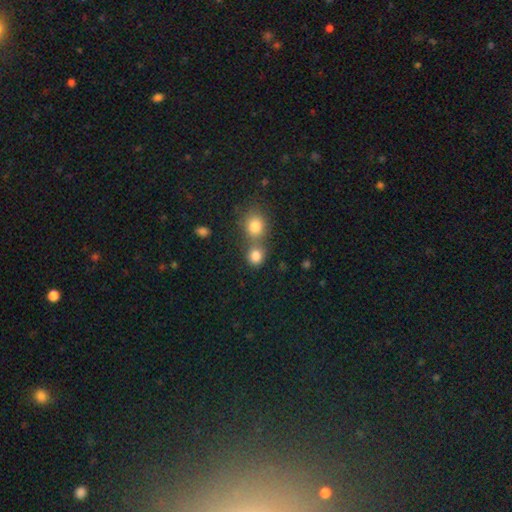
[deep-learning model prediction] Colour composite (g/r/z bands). It shows a smooth galaxy with no disk features (82%) that is round (80%). Merging: none (49%).